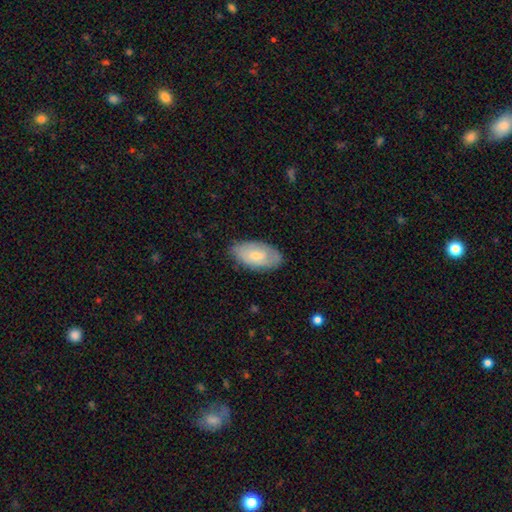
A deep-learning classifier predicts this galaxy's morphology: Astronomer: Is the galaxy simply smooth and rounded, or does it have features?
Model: smooth — 60%.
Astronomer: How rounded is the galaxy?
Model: in between — 94%.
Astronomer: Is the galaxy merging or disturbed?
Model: none — 78%.